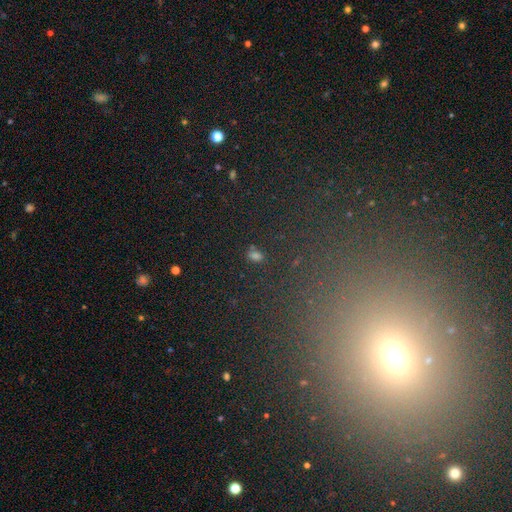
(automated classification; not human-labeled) The model was most divided on "smooth or featured": smooth: 56%, star or artifact: 36%, featured or disk: 8%. More confident: merging — none (79%); how rounded — in between (70%).